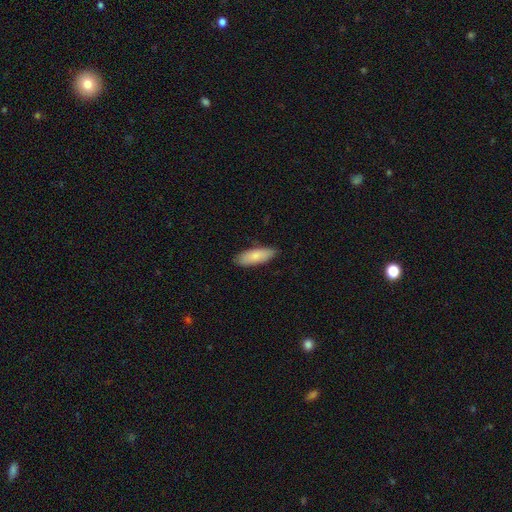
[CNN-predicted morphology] This is clearly a smooth galaxy (81%). How rounded: likely in between (66%). Merging: clearly none (84%).